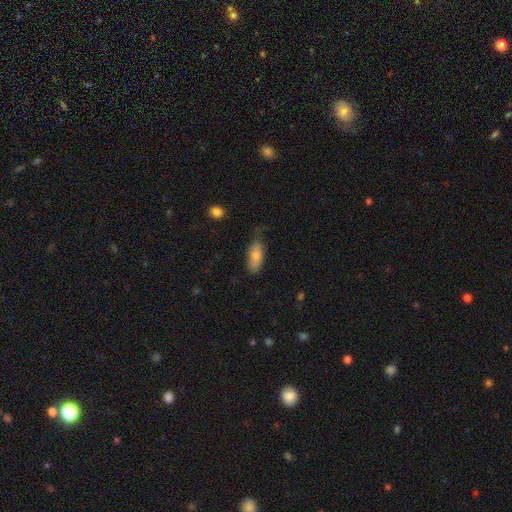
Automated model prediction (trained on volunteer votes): smooth-or-featured: smooth: 80% | featured or disk: 14% | star or artifact: 6%
  how-rounded: in between: 78% | cigar-shaped: 19% | round: 2%
  merging: none: 52% | minor disturbance: 35% | major disturbance: 10% | merger: 2%